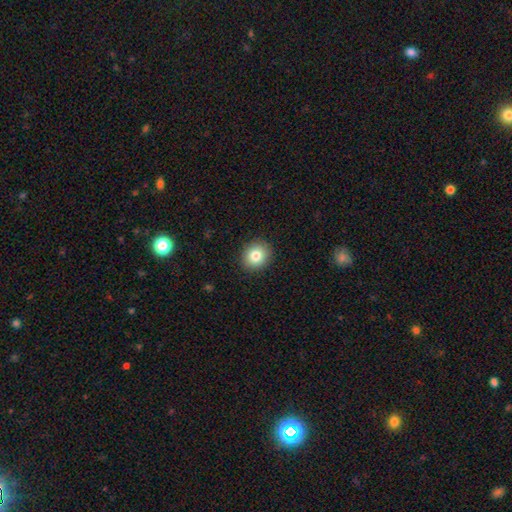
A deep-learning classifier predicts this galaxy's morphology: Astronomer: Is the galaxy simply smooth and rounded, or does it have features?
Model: smooth — 83%.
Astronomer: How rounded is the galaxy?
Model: round — 76%.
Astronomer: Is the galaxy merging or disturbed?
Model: none — 91%.